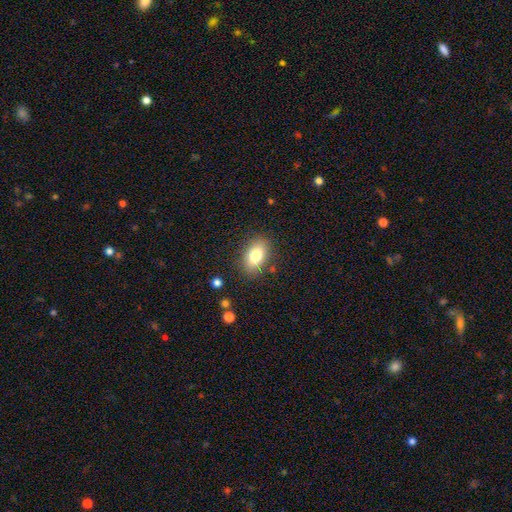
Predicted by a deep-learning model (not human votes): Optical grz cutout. It shows a smooth galaxy with no disk features (81%) that is in between round and cigar-shaped (89%). Merging: none (84%).